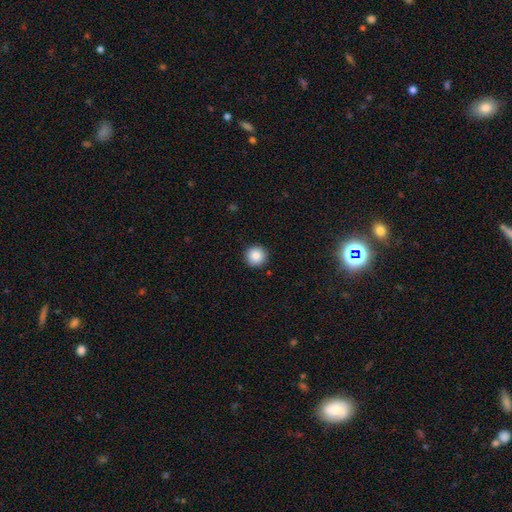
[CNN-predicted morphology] A smooth galaxy with no disk features (87%) that is round (96%).

Vote fractions:
- Smooth or featured? smooth: 87% / star or artifact: 9% / featured or disk: 4%
- How rounded? round: 96% / in between: 3% / cigar-shaped: 1%
- Merging? none: 92% / minor disturbance: 5% / major disturbance: 2% / merger: 1%